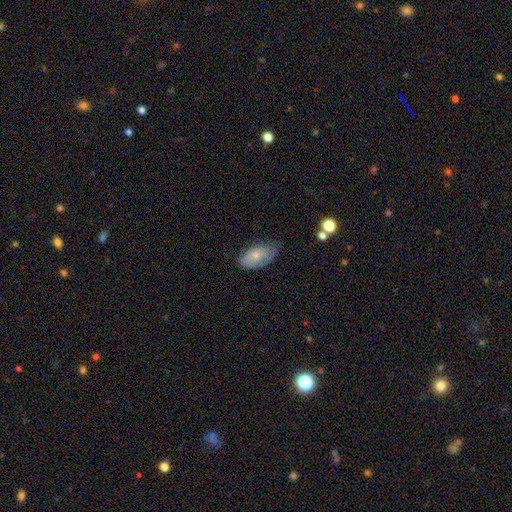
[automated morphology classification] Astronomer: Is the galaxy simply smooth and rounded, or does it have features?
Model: smooth — 71%.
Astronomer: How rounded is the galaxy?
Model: in between — 93%.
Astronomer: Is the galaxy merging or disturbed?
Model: none — 52% (runner-up: minor disturbance, 37%).